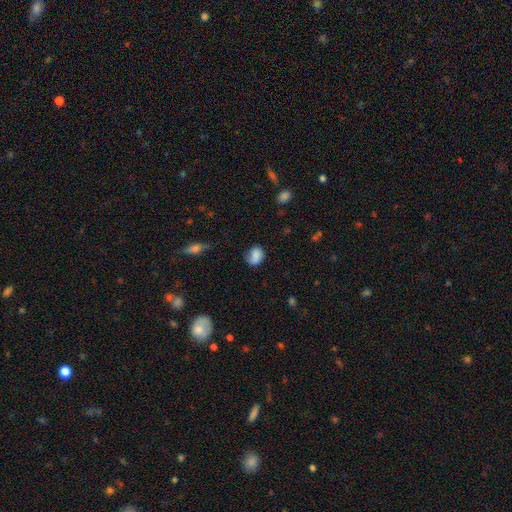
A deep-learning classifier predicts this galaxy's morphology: Q: Smooth or featured?
A: smooth (80%); runner-up: featured or disk (11%)
Q: How rounded?
A: in between (60%); runner-up: round (39%)
Q: Merging?
A: none (60%); runner-up: minor disturbance (28%)